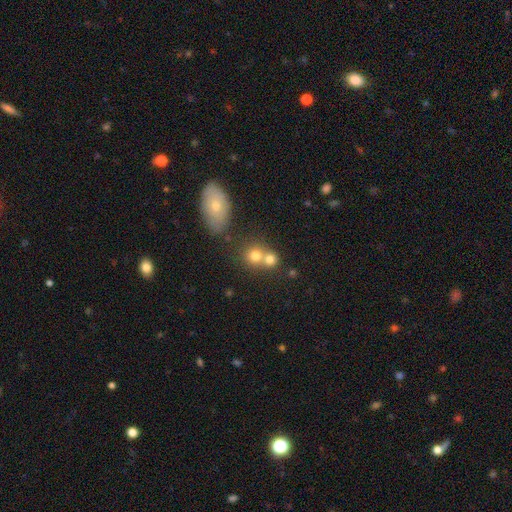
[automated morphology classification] Smooth or featured? Predicted: smooth (p=0.75). How rounded? Predicted: round (p=0.81). Merging? Predicted: merger (p=0.50).